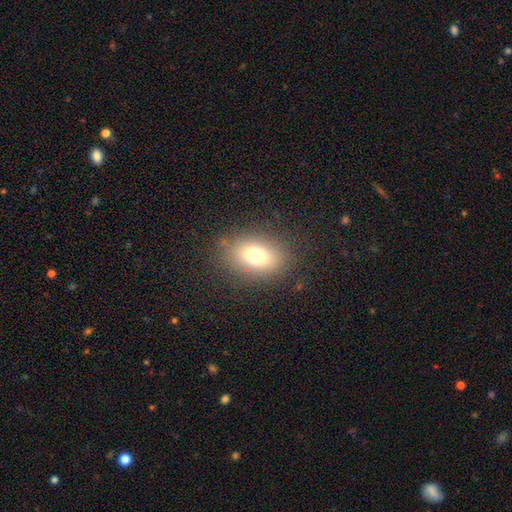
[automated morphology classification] A smooth galaxy with no disk features (74%) that is in between round and cigar-shaped (76%).

Vote fractions:
- Smooth or featured? smooth: 74% / featured or disk: 13% / star or artifact: 13%
- How rounded? in between: 76% / round: 23% / cigar-shaped: 2%
- Merging? none: 82% / minor disturbance: 12% / major disturbance: 6% / merger: 1%